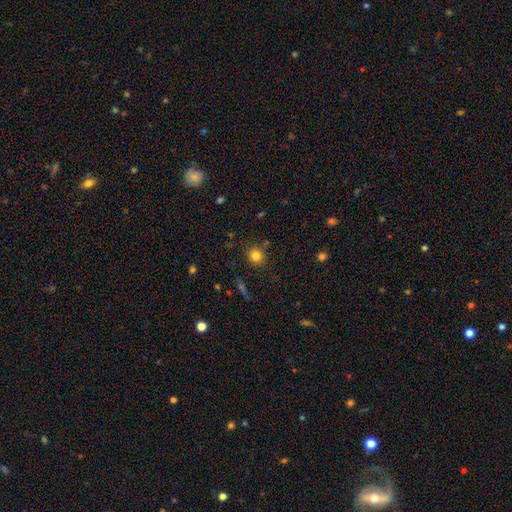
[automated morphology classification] This is clearly a smooth galaxy (82%). How rounded: clearly round (85%). Merging: clearly none (84%).